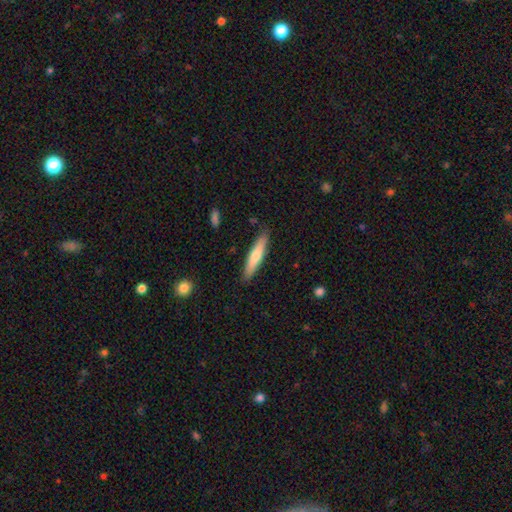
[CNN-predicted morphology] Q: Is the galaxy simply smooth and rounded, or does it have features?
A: smooth — 67%.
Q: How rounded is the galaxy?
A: cigar-shaped — 86%.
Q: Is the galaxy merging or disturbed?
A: none — 87%.